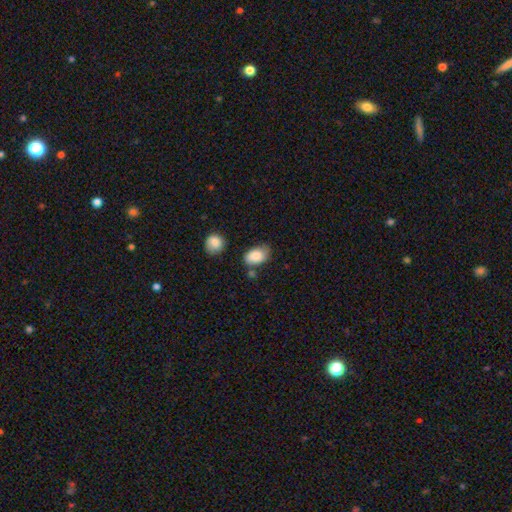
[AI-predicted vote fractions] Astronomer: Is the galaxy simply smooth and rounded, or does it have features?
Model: smooth — 84%.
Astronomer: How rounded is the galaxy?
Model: in between — 87%.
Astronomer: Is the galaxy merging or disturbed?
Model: none — 57%.